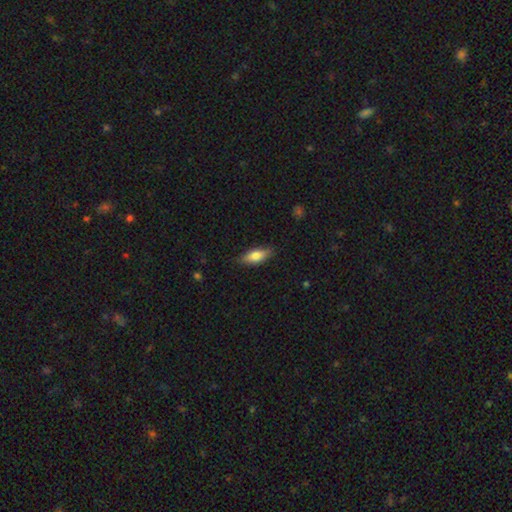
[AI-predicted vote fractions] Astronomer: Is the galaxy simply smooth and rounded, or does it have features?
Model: smooth — 72%.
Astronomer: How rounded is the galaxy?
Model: in between — 68%.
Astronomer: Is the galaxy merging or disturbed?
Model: none — 82%.